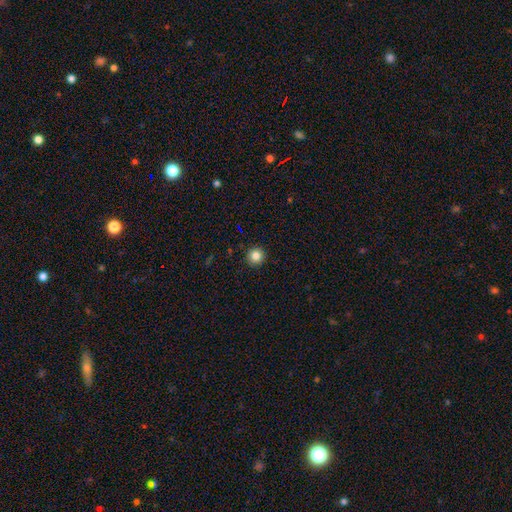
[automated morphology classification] Smooth or featured?
  - smooth: 83% *
  - star or artifact: 11%
  - featured or disk: 6%
How rounded?
  - round: 95% *
  - in between: 4%
  - cigar-shaped: 1%
Merging?
  - none: 92% *
  - minor disturbance: 5%
  - major disturbance: 2%
  - merger: 1%